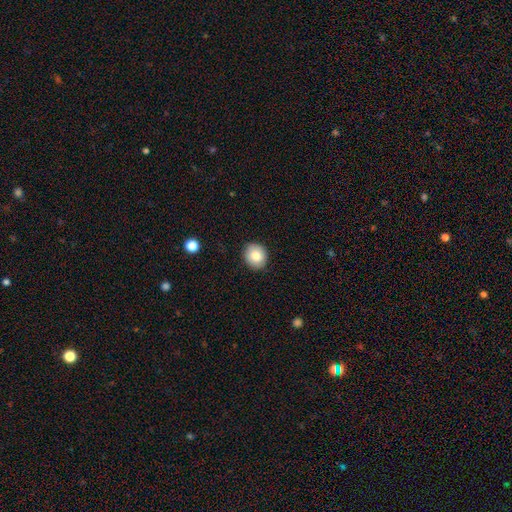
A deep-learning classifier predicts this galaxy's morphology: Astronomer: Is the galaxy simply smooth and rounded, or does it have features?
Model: smooth — 83%.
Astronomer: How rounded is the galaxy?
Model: round — 75%.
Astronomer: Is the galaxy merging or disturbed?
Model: none — 89%.